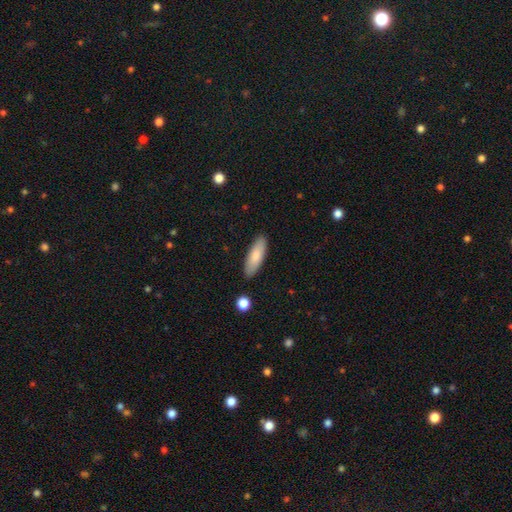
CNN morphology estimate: Smooth or featured? smooth (82%)
How rounded? in between (57%)
Merging? none (88%)